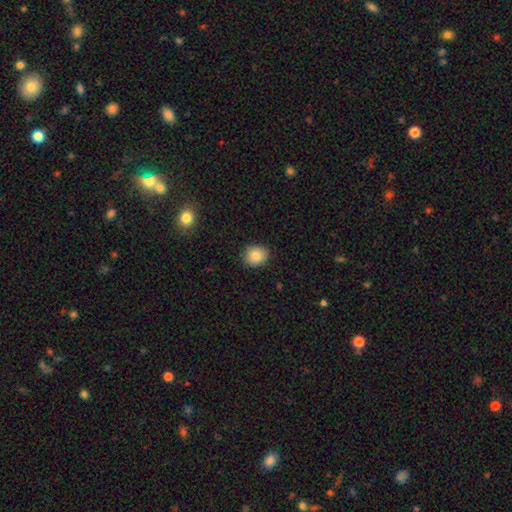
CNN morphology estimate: Q: Smooth or featured?
A: smooth (85%); runner-up: star or artifact (9%)
Q: How rounded?
A: round (75%); runner-up: in between (25%)
Q: Merging?
A: none (89%); runner-up: minor disturbance (8%)